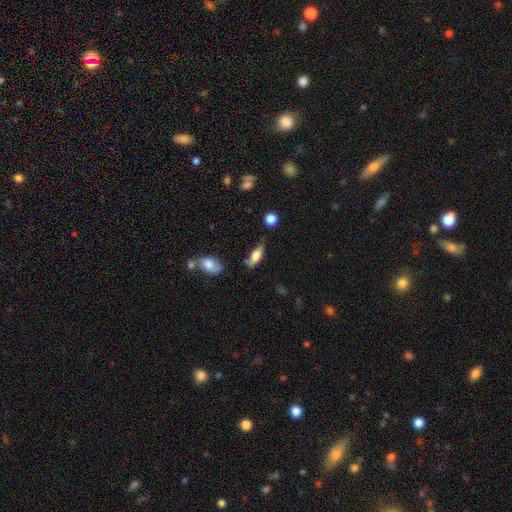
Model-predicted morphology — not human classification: Q: Smooth or featured?
A: smooth (72%); runner-up: featured or disk (21%)
Q: How rounded?
A: in between (73%); runner-up: cigar-shaped (23%)
Q: Merging?
A: none (50%); runner-up: minor disturbance (34%)